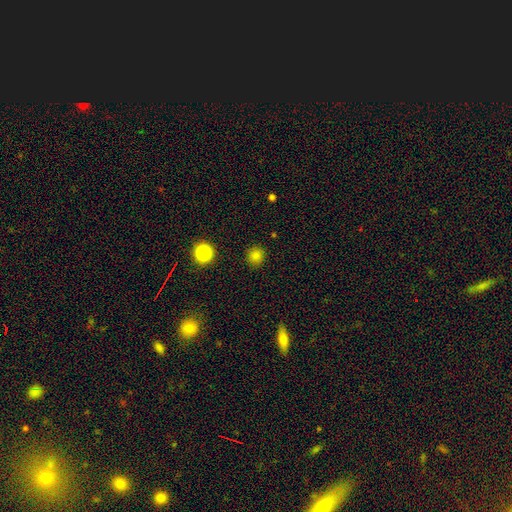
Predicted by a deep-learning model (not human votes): This is likely a smooth galaxy (80%). How rounded: clearly round (91%). Merging: clearly none (90%).